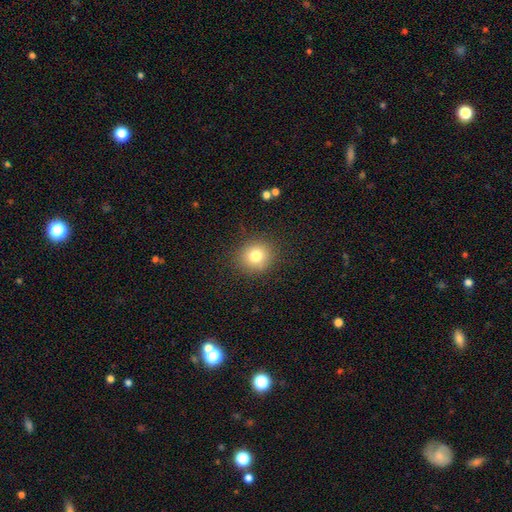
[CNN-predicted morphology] A smooth galaxy with no disk features (78%) that is round (87%).

Vote fractions:
- Smooth or featured? smooth: 78% / star or artifact: 12% / featured or disk: 9%
- How rounded? round: 87% / in between: 12% / cigar-shaped: 1%
- Merging? none: 88% / minor disturbance: 8% / major disturbance: 3% / merger: 1%